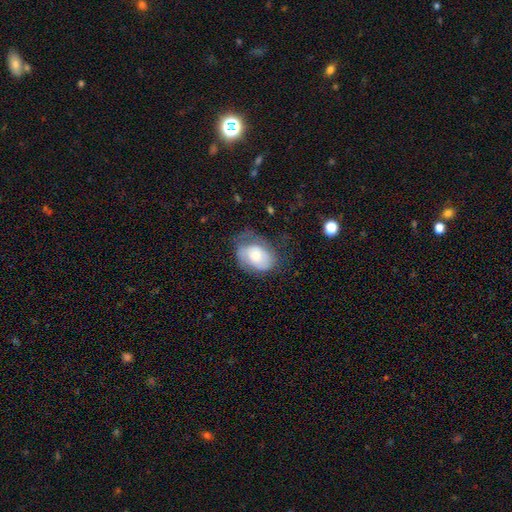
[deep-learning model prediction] Overall: smooth (51%; featured or disk 42%). How rounded: in between (69%; round 30%). Merging: none (44%; minor disturbance 31%).